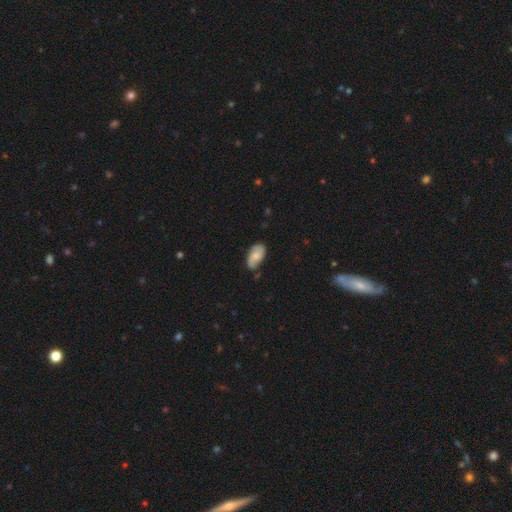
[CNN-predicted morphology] This appears to be a smooth galaxy with no disk features (52%) that is in between round and cigar-shaped (93%). Merging: none (67%).